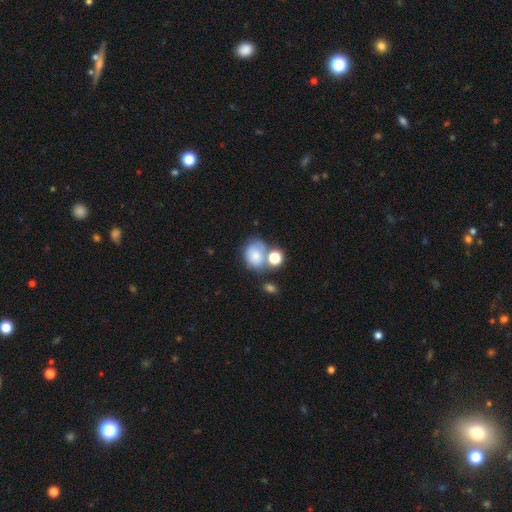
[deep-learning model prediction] A smooth galaxy with no disk features (73%) that is round (50%).

Vote fractions:
- Smooth or featured? smooth: 73% / featured or disk: 16% / star or artifact: 11%
- How rounded? round: 50% / in between: 49% / cigar-shaped: 1%
- Merging? none: 41% / merger: 33% / minor disturbance: 17% / major disturbance: 9%